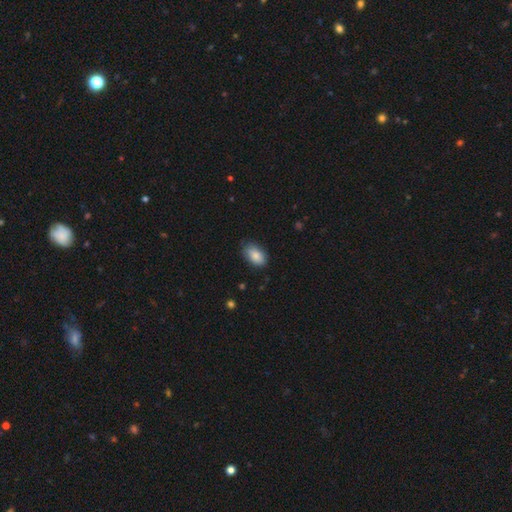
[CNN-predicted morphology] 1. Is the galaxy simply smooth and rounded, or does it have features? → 86% smooth, 8% featured or disk, 7% star or artifact.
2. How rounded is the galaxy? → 91% in between, 7% round, 2% cigar-shaped.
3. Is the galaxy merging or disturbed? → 79% none, 17% minor disturbance, 3% major disturbance, 1% merger.